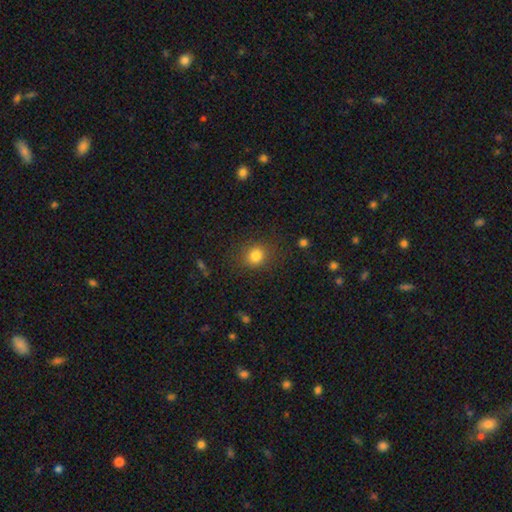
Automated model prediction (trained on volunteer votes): Smooth or featured?
  - smooth: 81% *
  - star or artifact: 13%
  - featured or disk: 6%
How rounded?
  - round: 78% *
  - in between: 21%
  - cigar-shaped: 1%
Merging?
  - none: 84% *
  - minor disturbance: 11%
  - major disturbance: 4%
  - merger: 2%